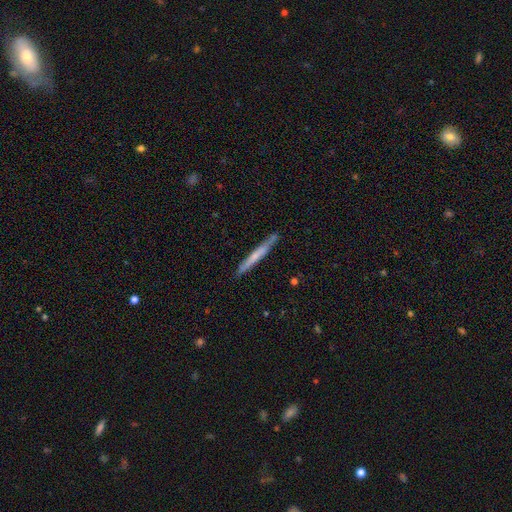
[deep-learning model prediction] Q: Smooth or featured?
A: smooth (52%); runner-up: featured or disk (42%)
Q: How rounded?
A: cigar-shaped (97%); runner-up: in between (2%)
Q: Merging?
A: none (86%); runner-up: minor disturbance (10%)